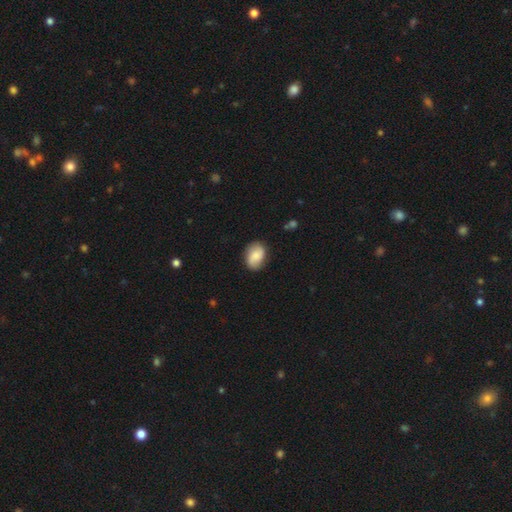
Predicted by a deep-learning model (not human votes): Morphology: type=smooth (67%); roundness=in between (76%); merging=none (78%).